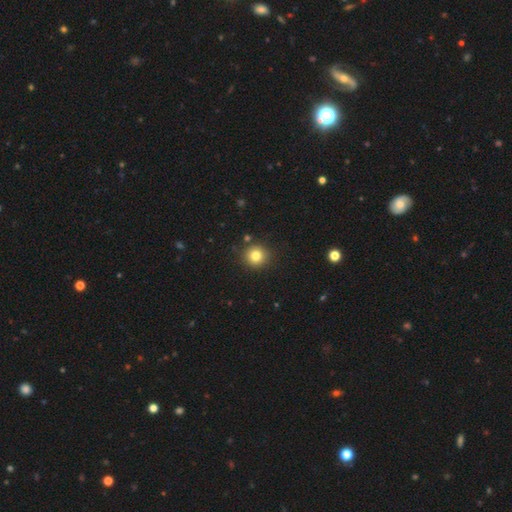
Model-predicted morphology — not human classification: Smooth or featured?
  - smooth: 81% *
  - star or artifact: 12%
  - featured or disk: 7%
How rounded?
  - round: 93% *
  - in between: 7%
  - cigar-shaped: 1%
Merging?
  - none: 88% *
  - minor disturbance: 7%
  - merger: 3%
  - major disturbance: 2%